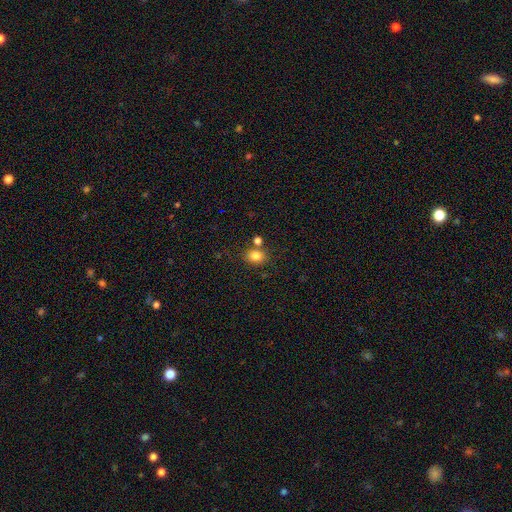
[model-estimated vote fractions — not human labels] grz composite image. It shows a smooth galaxy with no disk features (82%) that is round (50%). Merging: none (70%).